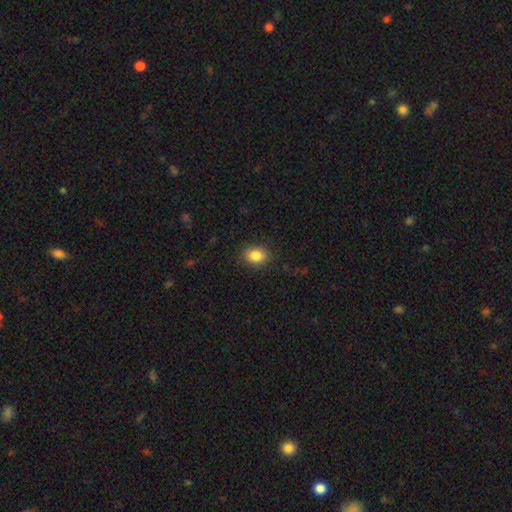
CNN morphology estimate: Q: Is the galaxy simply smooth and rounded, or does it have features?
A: smooth — 86%.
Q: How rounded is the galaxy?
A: in between — 56%.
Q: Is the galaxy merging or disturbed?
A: none — 87%.